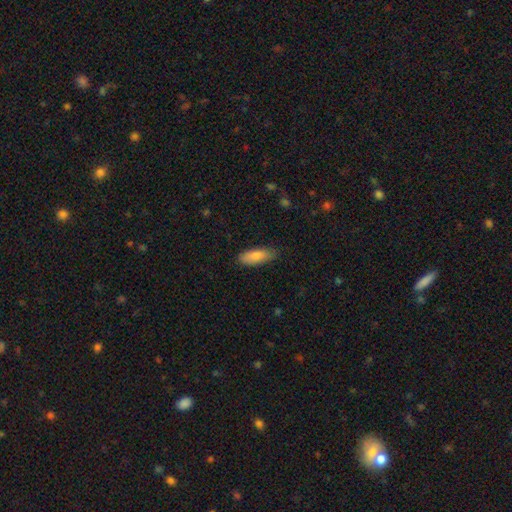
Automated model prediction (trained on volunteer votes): Smooth or featured? Predicted: smooth (p=0.81). How rounded? Predicted: in between (p=0.65). Merging? Predicted: none (p=0.83).